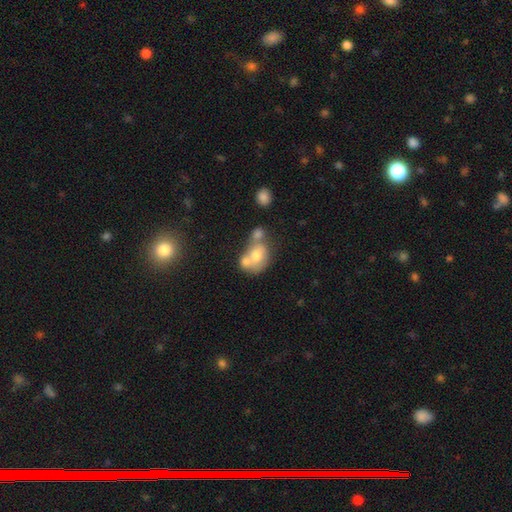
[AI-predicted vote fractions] smooth 63%, featured or disk 28%, star or artifact 9%. Down the decision tree: how rounded — in between (53%); merging — merger (61%).